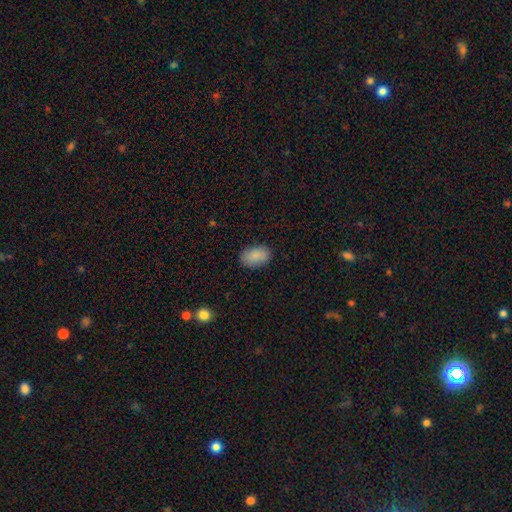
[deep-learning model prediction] A smooth galaxy with no disk features (89%) that is in between round and cigar-shaped (91%).

Vote fractions:
- Smooth or featured? smooth: 89% / star or artifact: 7% / featured or disk: 4%
- How rounded? in between: 91% / round: 7% / cigar-shaped: 1%
- Merging? none: 86% / minor disturbance: 10% / major disturbance: 3% / merger: 1%